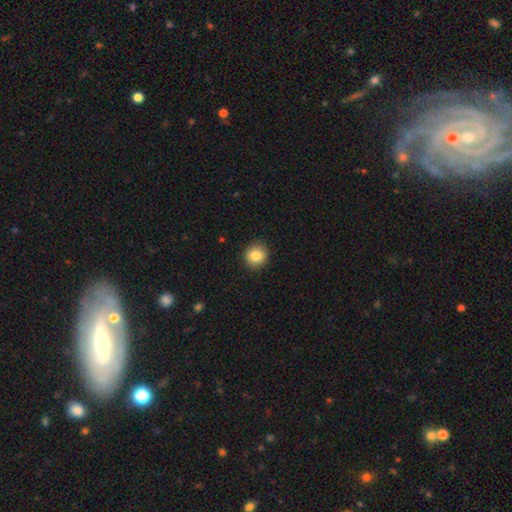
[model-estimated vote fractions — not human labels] This appears to be a smooth galaxy with no disk features (84%) that is round (84%). Merging: none (90%).